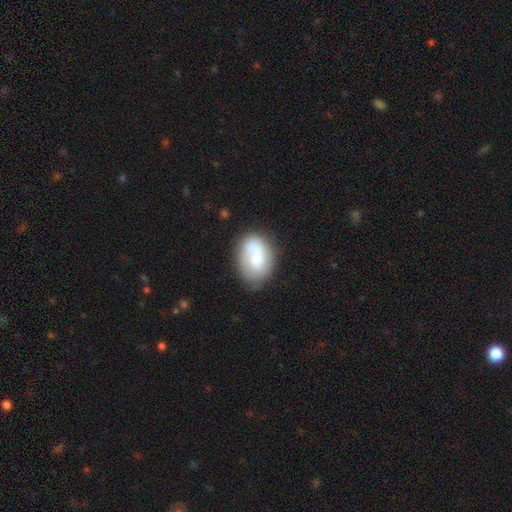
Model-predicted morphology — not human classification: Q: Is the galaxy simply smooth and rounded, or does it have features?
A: smooth — 52%.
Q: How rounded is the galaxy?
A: in between — 75%.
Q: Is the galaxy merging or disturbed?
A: none — 65%.